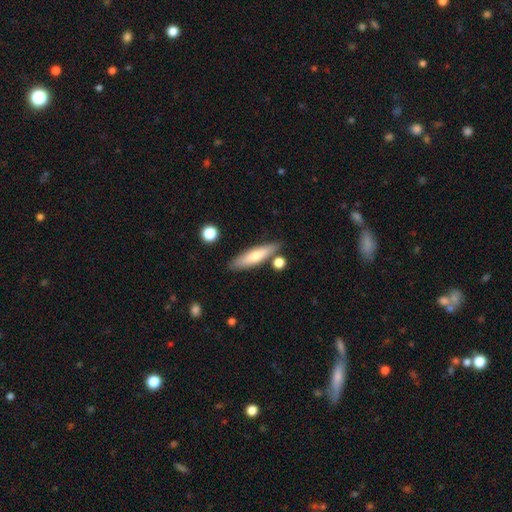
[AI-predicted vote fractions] A smooth galaxy with no disk features (63%) that is cigar-shaped (75%).

Vote fractions:
- Smooth or featured? smooth: 63% / featured or disk: 31% / star or artifact: 6%
- How rounded? cigar-shaped: 75% / in between: 23% / round: 2%
- Merging? none: 80% / minor disturbance: 11% / merger: 7% / major disturbance: 2%